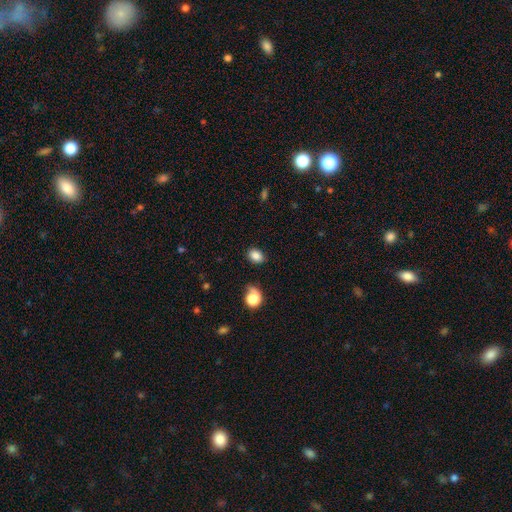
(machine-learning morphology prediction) This is clearly a smooth galaxy (85%). How rounded: likely in between (65%). Merging: clearly none (81%).